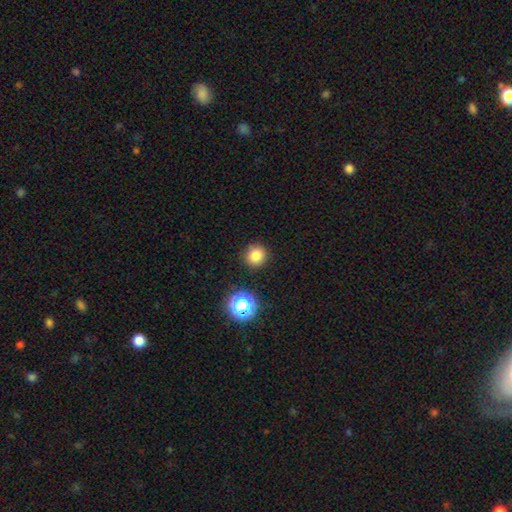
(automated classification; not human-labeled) smooth 80%, star or artifact 15%, featured or disk 5%. Down the decision tree: how rounded — round (93%); merging — none (90%).